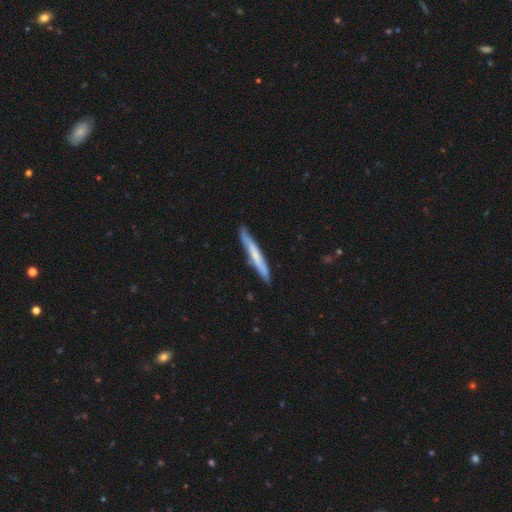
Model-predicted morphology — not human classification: A smooth galaxy with no disk features (54%) that is cigar-shaped (96%). Merging: none (86%).